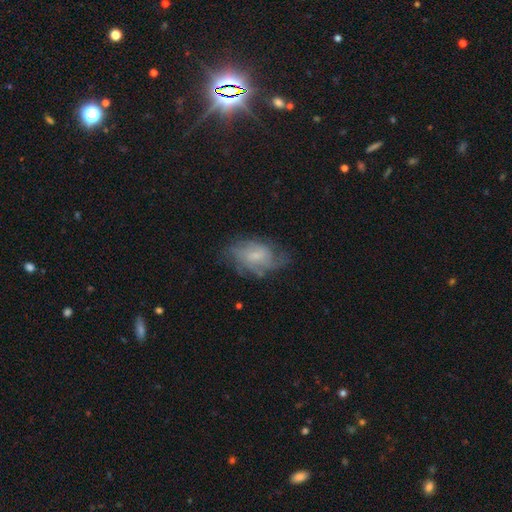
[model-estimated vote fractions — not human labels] This appears to be a featured or disk galaxy (63%) with no bar (54%), spiral arms (82%) and a small central bulge (59%). Merging: none (59%).